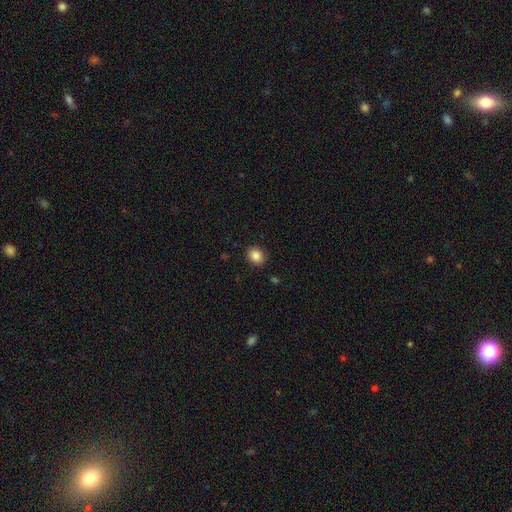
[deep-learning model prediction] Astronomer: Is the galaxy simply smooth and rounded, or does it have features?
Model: smooth — 87%.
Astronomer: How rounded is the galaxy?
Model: round — 75%.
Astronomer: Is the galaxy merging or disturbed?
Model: none — 90%.